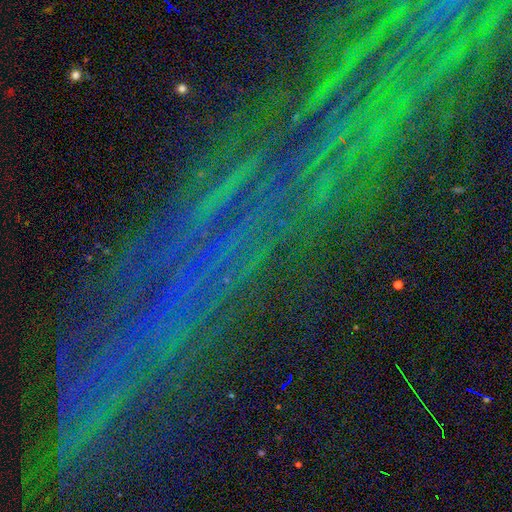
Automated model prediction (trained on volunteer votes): This is clearly a star or artifact rather than a galaxy (82%).